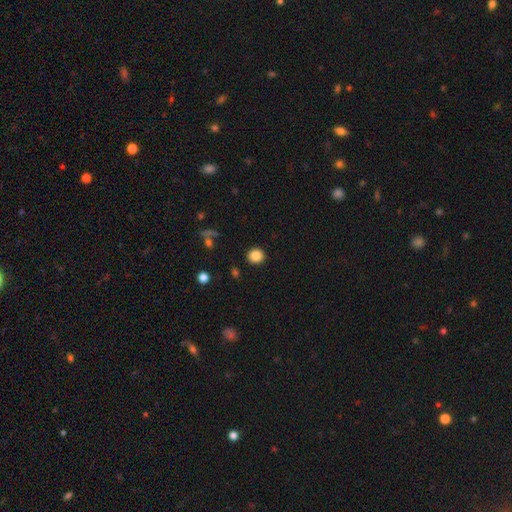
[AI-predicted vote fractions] Overall: smooth (85%). How rounded: round (90%). Merging: none (91%).